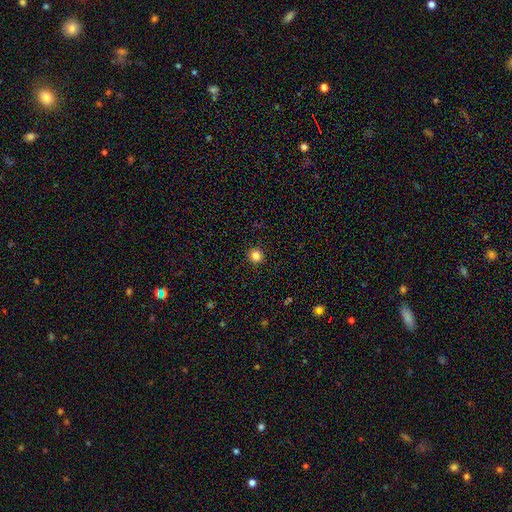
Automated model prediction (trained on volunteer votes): Smooth or featured? smooth (83%)
How rounded? round (94%)
Merging? none (93%)